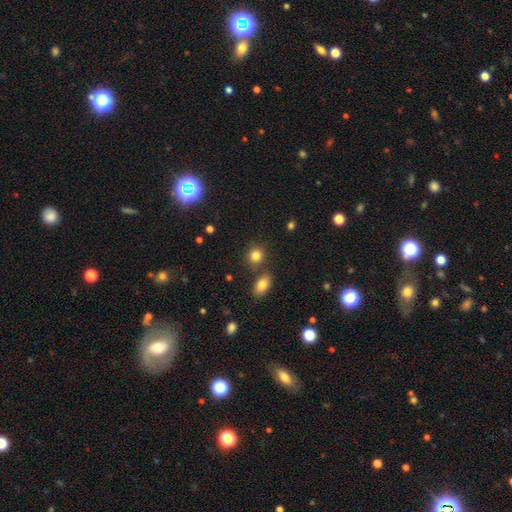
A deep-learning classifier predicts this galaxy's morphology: The model was most divided on "how rounded": round: 76%, in between: 22%, cigar-shaped: 1%. More confident: smooth or featured — smooth (83%); merging — none (72%).